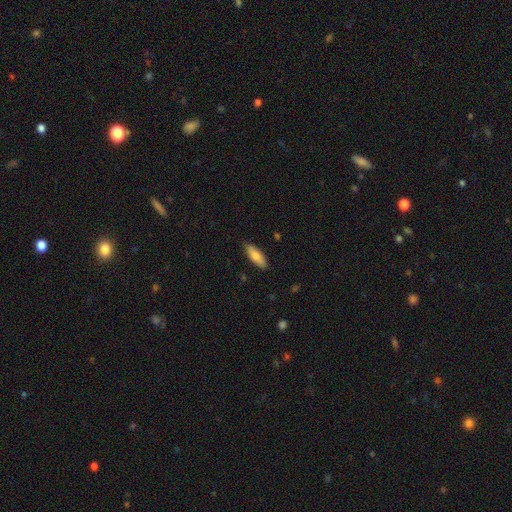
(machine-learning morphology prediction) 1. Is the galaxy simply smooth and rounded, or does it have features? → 79% smooth, 15% featured or disk, 6% star or artifact.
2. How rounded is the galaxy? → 61% in between, 38% cigar-shaped, 2% round.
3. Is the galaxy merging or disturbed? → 86% none, 11% minor disturbance, 2% major disturbance, 1% merger.